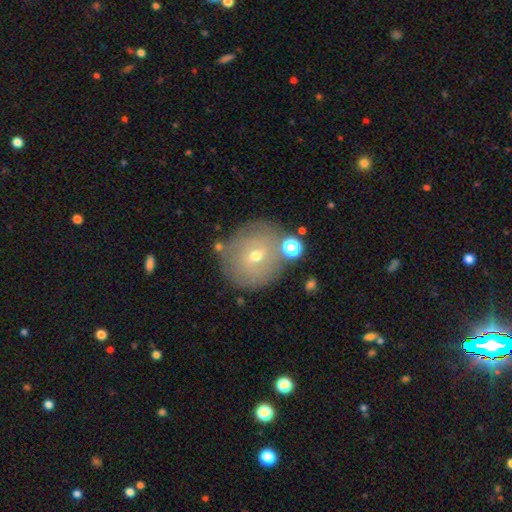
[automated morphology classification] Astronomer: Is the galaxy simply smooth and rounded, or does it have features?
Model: smooth — 51% (runner-up: featured or disk, 37%).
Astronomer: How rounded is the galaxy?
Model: round — 89%.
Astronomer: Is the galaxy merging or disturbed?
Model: none — 74%.